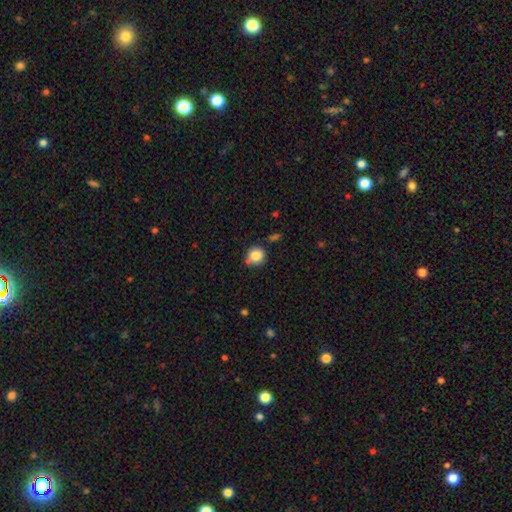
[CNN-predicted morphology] A smooth galaxy with no disk features (85%) that is round (88%).

Vote fractions:
- Smooth or featured? smooth: 85% / star or artifact: 10% / featured or disk: 6%
- How rounded? round: 88% / in between: 11% / cigar-shaped: 1%
- Merging? none: 75% / minor disturbance: 13% / merger: 9% / major disturbance: 3%